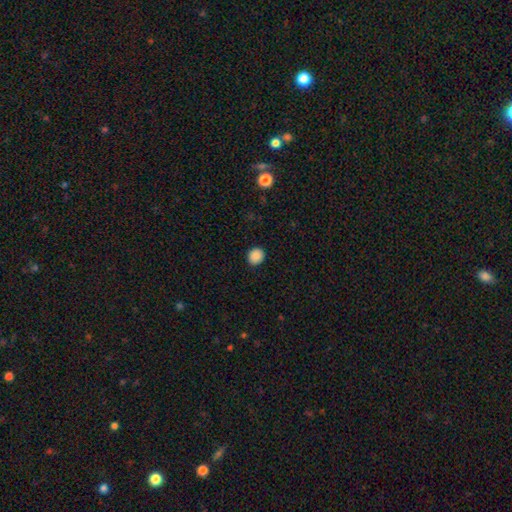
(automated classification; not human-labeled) Smooth or featured? Predicted: smooth (p=0.88). How rounded? Predicted: round (p=0.76). Merging? Predicted: none (p=0.90).